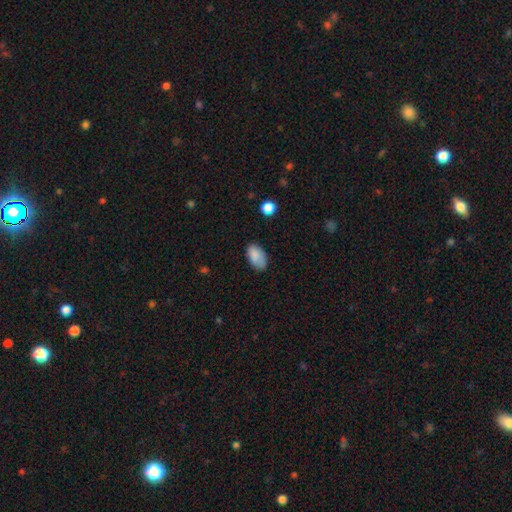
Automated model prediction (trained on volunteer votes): This is clearly a smooth galaxy (87%). How rounded: clearly in between (94%). Merging: likely none (75%).